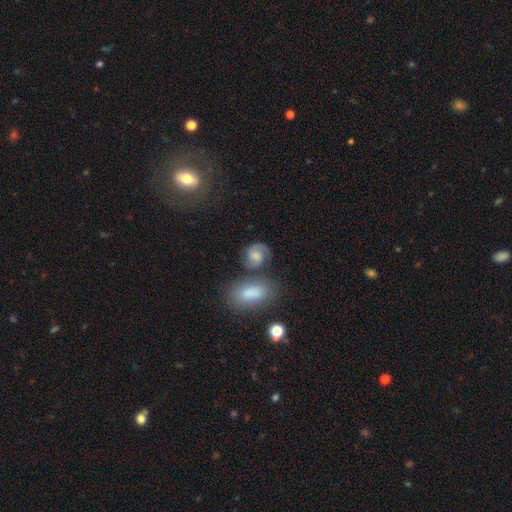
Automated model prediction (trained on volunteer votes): The model was most divided on "bulge size": moderate: 41%, small: 33%, none: 15%, large: 8%, dominant: 2%. More confident: edge-on disk — no (97%); spiral arms — yes (91%); spiral arm count — 2 (82%); bar — no (59%); smooth or featured — featured or disk (57%); merging — none (57%); spiral winding — medium (50%).